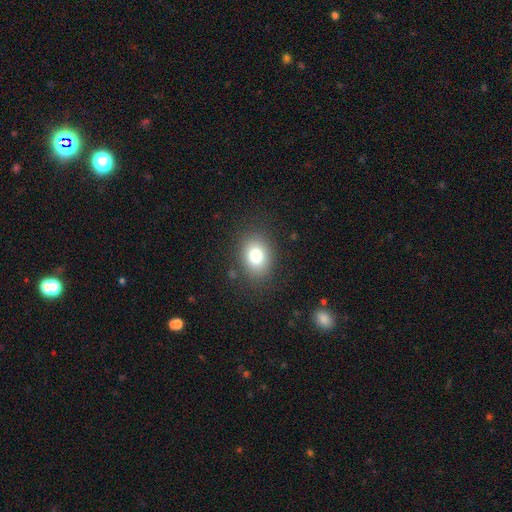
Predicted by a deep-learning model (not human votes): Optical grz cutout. It shows a smooth galaxy with no disk features (80%) that is in between round and cigar-shaped (57%). Merging: none (85%).